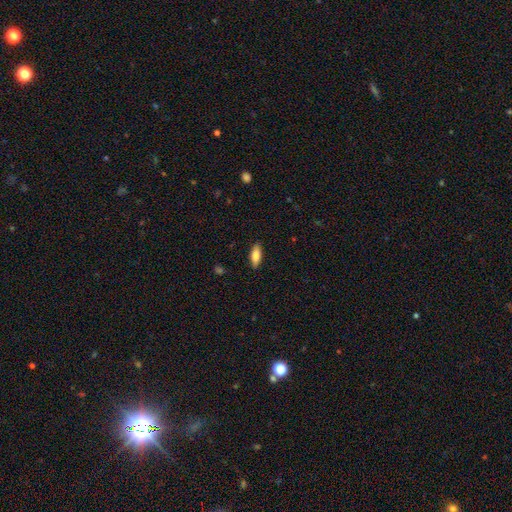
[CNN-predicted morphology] type=smooth (83%); roundness=in between (71%); merging=none (88%).